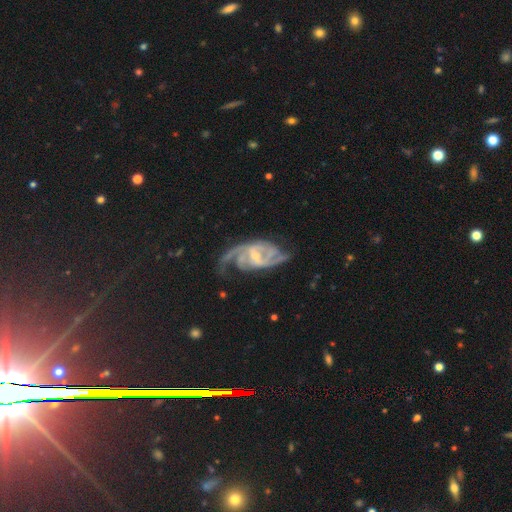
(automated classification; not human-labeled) Smooth or featured: featured or disk — 90% (star or artifact — 5%)
Edge-on disk: no — 96% (yes — 4%)
Bar: weak — 51% (strong — 28%)
Spiral arms: yes — 97% (no — 3%)
Spiral winding: medium — 50% (tight — 30%)
Spiral arm count: 2 — 48% (3 — 23%)
Bulge size: small — 59% (moderate — 33%)
Merging: none — 60% (minor disturbance — 21%)